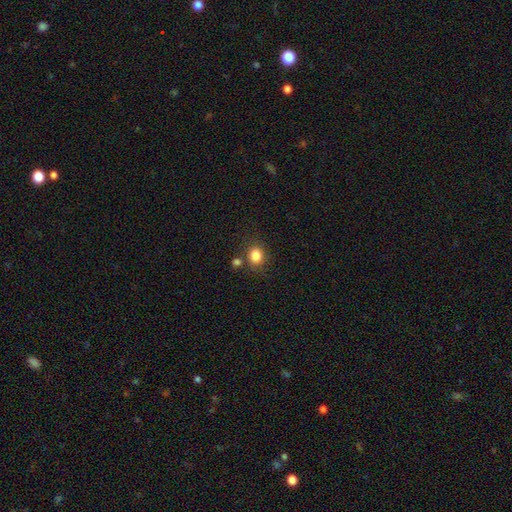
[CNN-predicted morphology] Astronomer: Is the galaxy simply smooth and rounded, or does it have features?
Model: smooth — 84%.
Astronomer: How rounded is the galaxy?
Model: round — 68%.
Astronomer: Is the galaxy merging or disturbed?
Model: none — 73%.